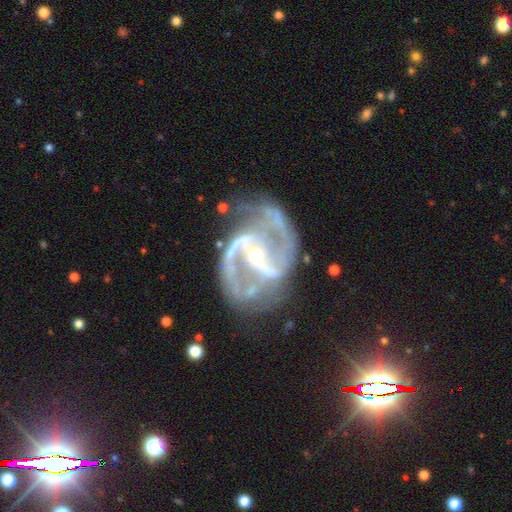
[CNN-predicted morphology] smooth-or-featured: featured or disk: 93% | star or artifact: 5% | smooth: 2%
  disk-edge-on: no: 98% | yes: 2%
    bar: strong: 51% | weak: 32% | no: 17%
    has-spiral-arms: yes: 98% | no: 2%
      spiral-winding: medium: 60% | loose: 22% | tight: 18%
      spiral-arm-count: 2: 87% | 3: 5% | can't tell: 3% | 1: 2% | 4: 2% | more than 4: 2%
    bulge-size: small: 63% | moderate: 34% | large: 1% | none: 1% | dominant: 1%
  merging: none: 64% | minor disturbance: 20% | major disturbance: 13% | merger: 3%